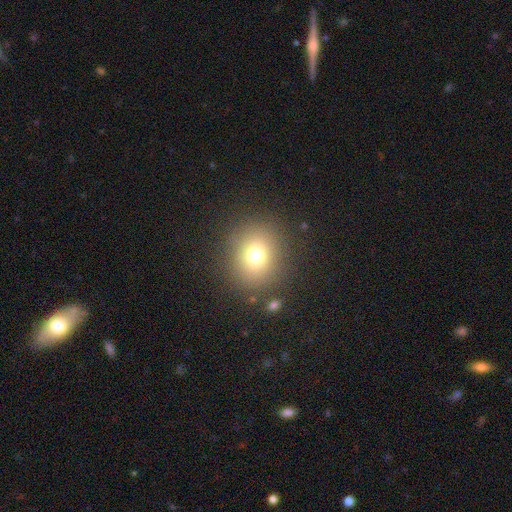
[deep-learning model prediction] smooth-or-featured: smooth: 73% | star or artifact: 16% | featured or disk: 11%
  how-rounded: round: 78% | in between: 21% | cigar-shaped: 1%
  merging: none: 86% | minor disturbance: 8% | major disturbance: 4% | merger: 2%